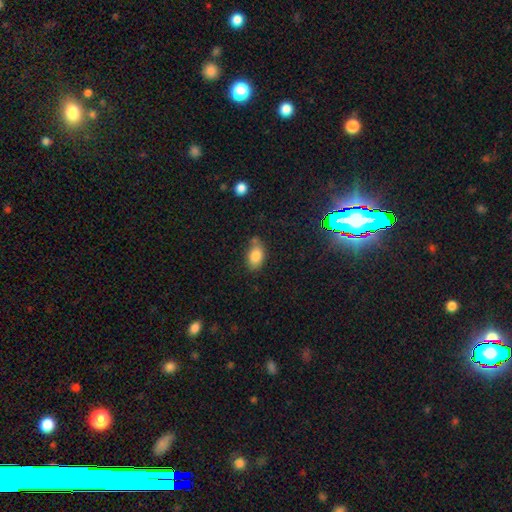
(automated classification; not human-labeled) Morphology: type=smooth (83%); roundness=in between (87%); merging=none (65%).